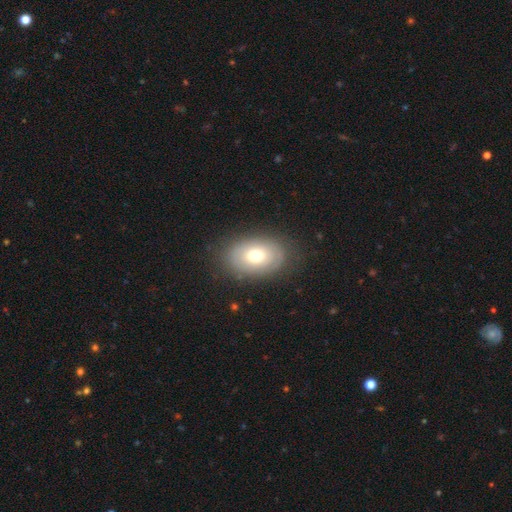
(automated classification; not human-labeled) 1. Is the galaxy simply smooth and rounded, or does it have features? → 60% smooth, 32% featured or disk, 8% star or artifact.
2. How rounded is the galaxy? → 83% in between, 16% round, 1% cigar-shaped.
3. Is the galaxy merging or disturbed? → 82% none, 13% minor disturbance, 4% major disturbance, 1% merger.